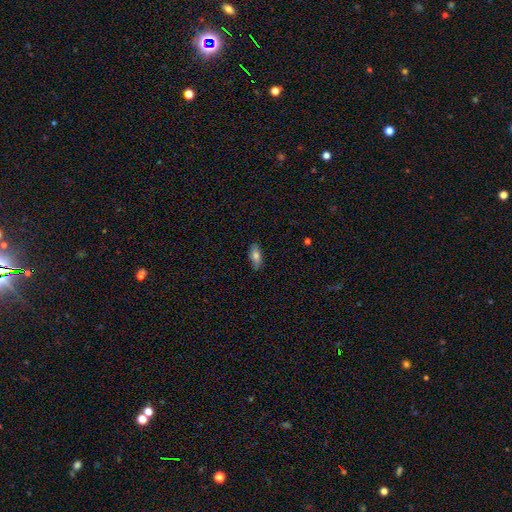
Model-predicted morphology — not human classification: smooth_or_featured: smooth (p=0.76) [alt: featured or disk p=0.17]
how_rounded: in between (p=0.85) [alt: cigar-shaped p=0.12]
merging: none (p=0.83) [alt: minor disturbance p=0.14]